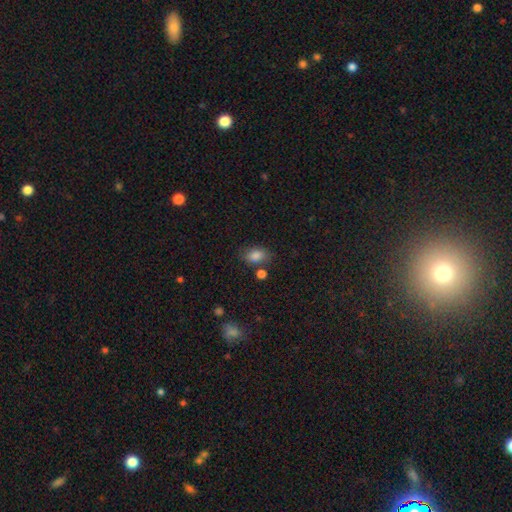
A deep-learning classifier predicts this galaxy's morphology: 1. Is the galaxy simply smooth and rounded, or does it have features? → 83% smooth, 10% star or artifact, 7% featured or disk.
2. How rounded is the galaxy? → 83% in between, 16% round, 2% cigar-shaped.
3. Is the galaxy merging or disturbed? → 70% none, 16% minor disturbance, 9% merger, 5% major disturbance.